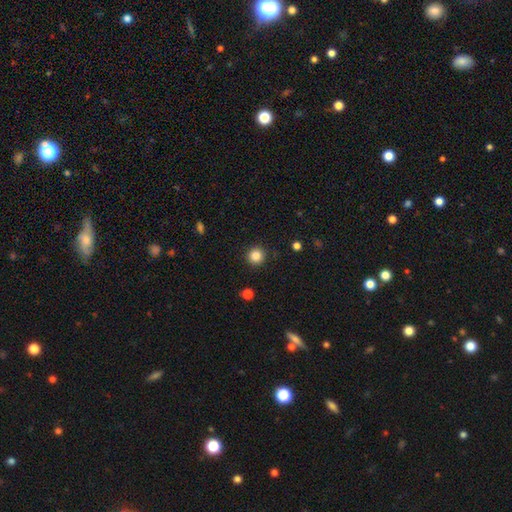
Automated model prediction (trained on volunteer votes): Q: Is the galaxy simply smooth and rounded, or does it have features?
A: smooth — 84%.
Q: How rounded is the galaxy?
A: round — 95%.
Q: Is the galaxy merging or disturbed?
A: none — 92%.